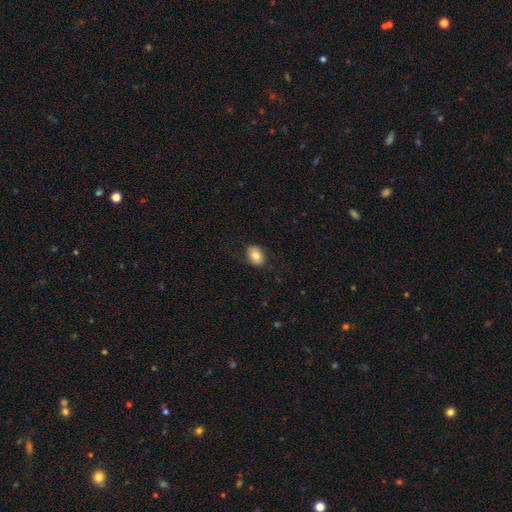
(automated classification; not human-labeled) This is clearly a smooth galaxy (80%). How rounded: likely in between (72%). Merging: clearly none (83%).